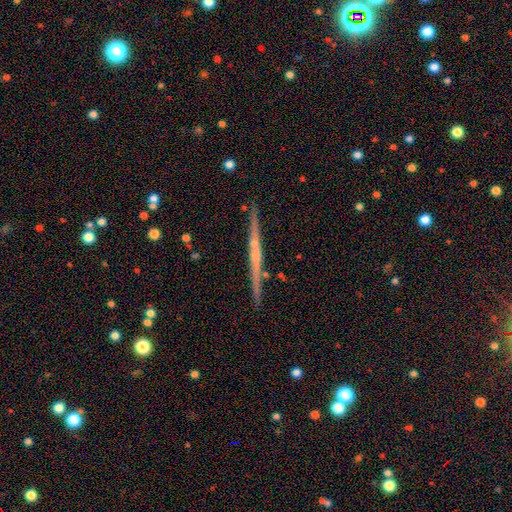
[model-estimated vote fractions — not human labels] The model was most divided on "edge-on bulge": rounded: 48%, none: 45%, boxy: 7%. More confident: edge-on disk — yes (98%); merging — none (91%); smooth or featured — featured or disk (77%).